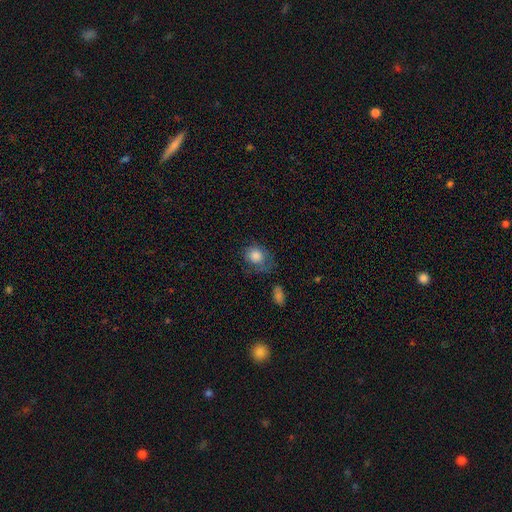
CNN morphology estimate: type=smooth (82%); roundness=round (65%); merging=none (53%).